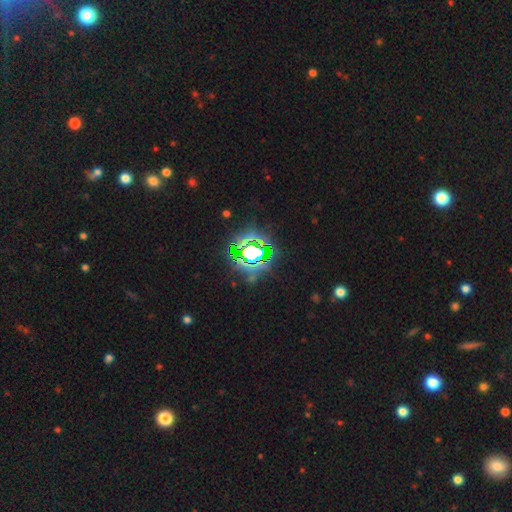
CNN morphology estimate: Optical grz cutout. It shows a star or artifact, not a galaxy (74%).